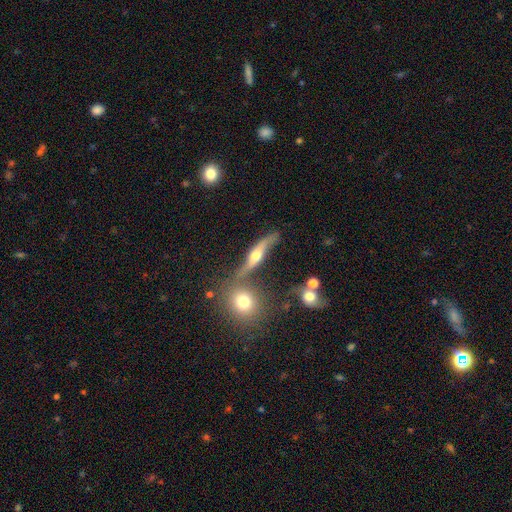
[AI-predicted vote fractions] A featured or disk galaxy (64%) viewed edge-on (73%). Merging: none (59%).